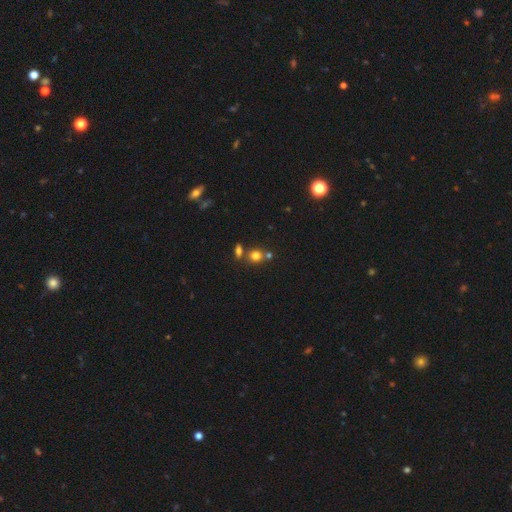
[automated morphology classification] smooth-or-featured: smooth: 75% | star or artifact: 17% | featured or disk: 8%
  how-rounded: round: 80% | in between: 18% | cigar-shaped: 1%
  merging: none: 63% | merger: 24% | minor disturbance: 10% | major disturbance: 4%